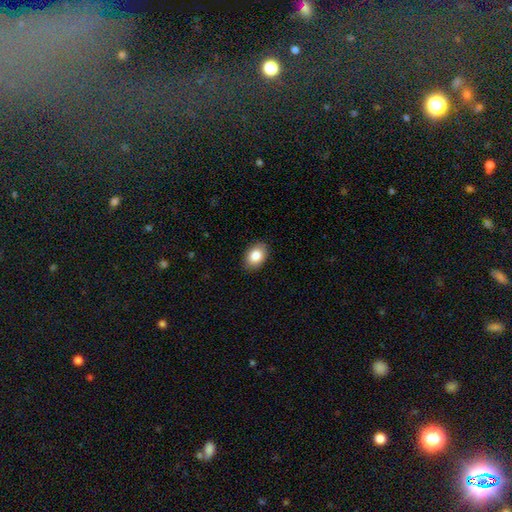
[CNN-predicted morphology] Smooth or featured? Predicted: smooth (p=0.85). How rounded? Predicted: in between (p=0.80). Merging? Predicted: none (p=0.88).